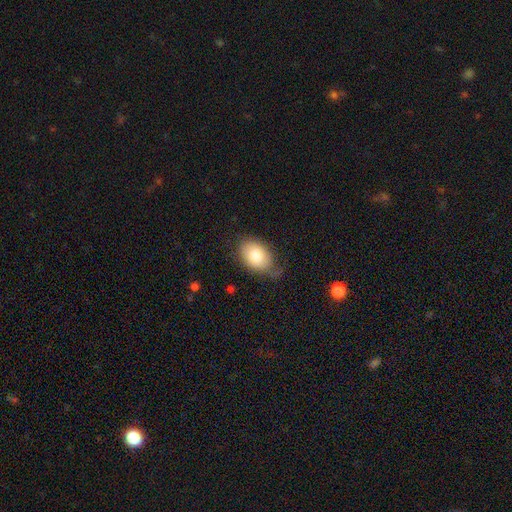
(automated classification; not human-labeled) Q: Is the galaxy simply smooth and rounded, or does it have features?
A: smooth — 77%.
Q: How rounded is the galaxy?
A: in between — 82%.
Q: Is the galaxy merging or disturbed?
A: none — 55%.